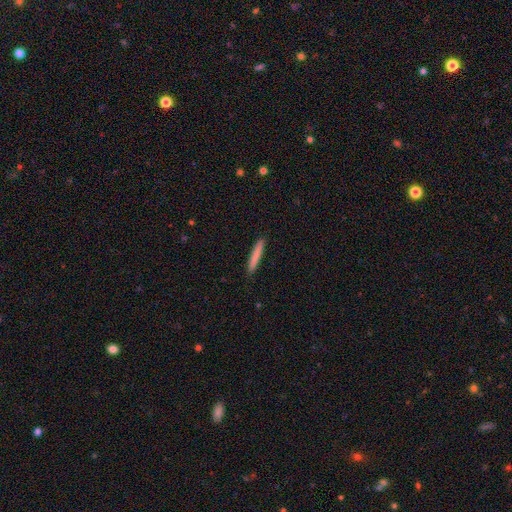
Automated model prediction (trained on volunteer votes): smooth_or_featured: smooth (p=0.82) [alt: featured or disk p=0.12]
how_rounded: cigar-shaped (p=0.95) [alt: in between p=0.04]
merging: none (p=0.92) [alt: minor disturbance p=0.06]